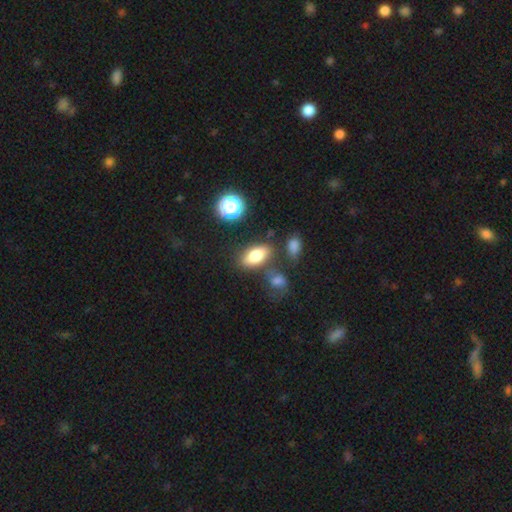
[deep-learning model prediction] smooth_or_featured: smooth (p=0.76) [alt: featured or disk p=0.12]
how_rounded: in between (p=0.86) [alt: round p=0.08]
merging: none (p=0.73) [alt: minor disturbance p=0.14]